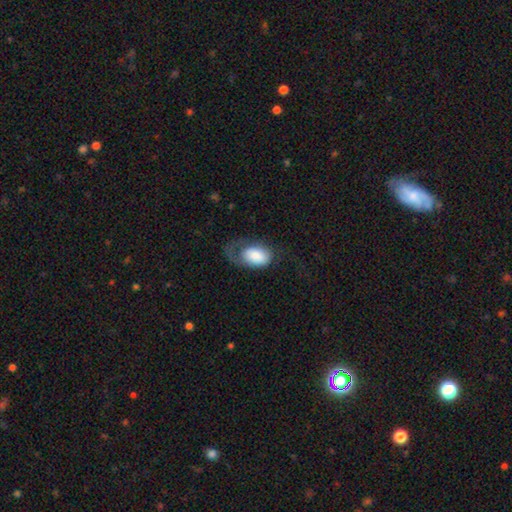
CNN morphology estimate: A smooth galaxy with no disk features (73%) that is in between round and cigar-shaped (89%).

Vote fractions:
- Smooth or featured? smooth: 73% / featured or disk: 21% / star or artifact: 6%
- How rounded? in between: 89% / round: 9% / cigar-shaped: 1%
- Merging? major disturbance: 47% / none: 29% / minor disturbance: 22% / merger: 2%